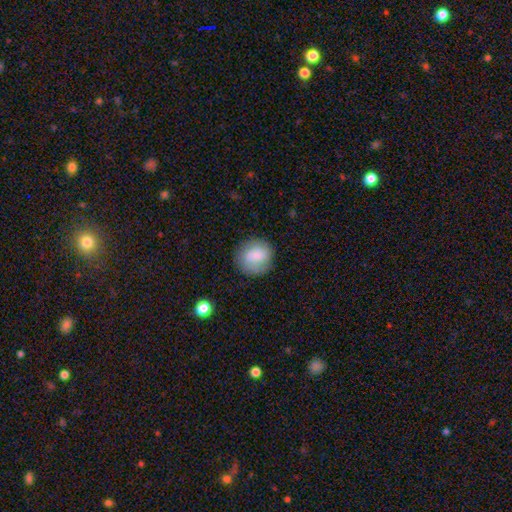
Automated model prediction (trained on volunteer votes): Smooth or featured? Predicted: smooth (p=0.79). How rounded? Predicted: round (p=0.85). Merging? Predicted: none (p=0.79).